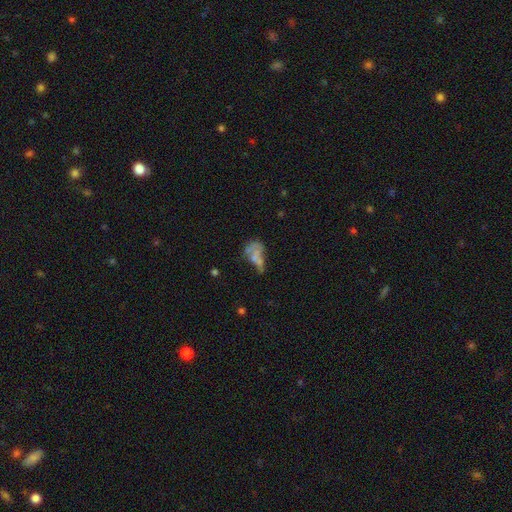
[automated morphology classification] featured or disk 44%, smooth 40%, star or artifact 16%. Down the decision tree: merging — merger (39%).